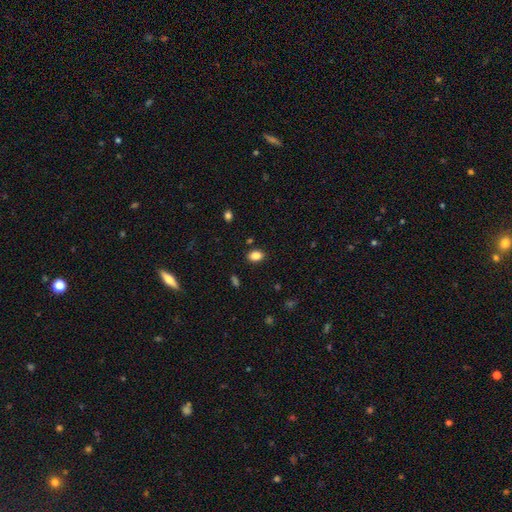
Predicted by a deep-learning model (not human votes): Smooth or featured? smooth (86%)
How rounded? in between (80%)
Merging? none (86%)